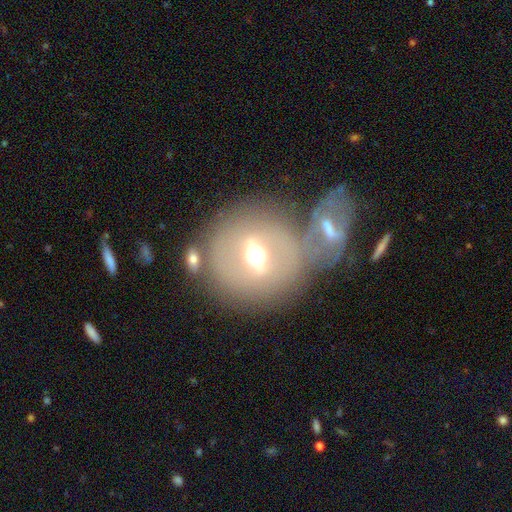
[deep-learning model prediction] smooth-or-featured: featured or disk: 55% | smooth: 36% | star or artifact: 9%
  disk-edge-on: no: 87% | yes: 13%
  merging: none: 47% | merger: 36% | minor disturbance: 10% | major disturbance: 6%